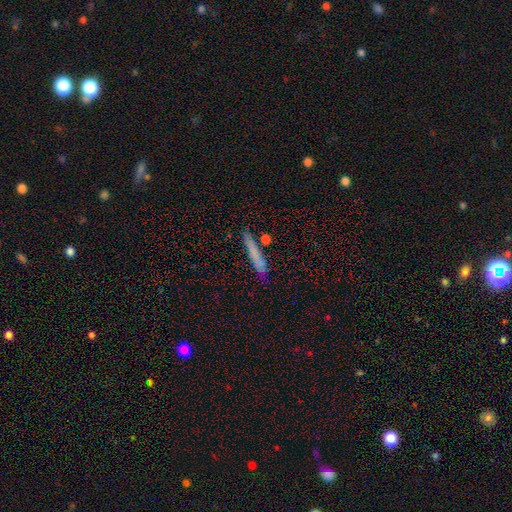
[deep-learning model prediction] Smooth or featured? Predicted: smooth (p=0.70). How rounded? Predicted: cigar-shaped (p=0.94). Merging? Predicted: none (p=0.83).